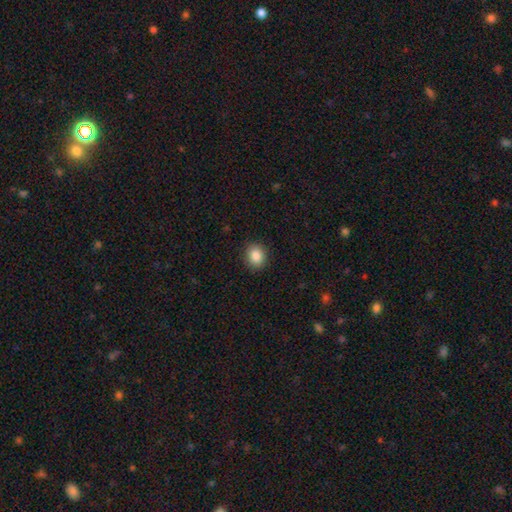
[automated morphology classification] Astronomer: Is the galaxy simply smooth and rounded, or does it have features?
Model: smooth — 86%.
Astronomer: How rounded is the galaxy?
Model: round — 69%.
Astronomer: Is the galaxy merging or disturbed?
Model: none — 90%.